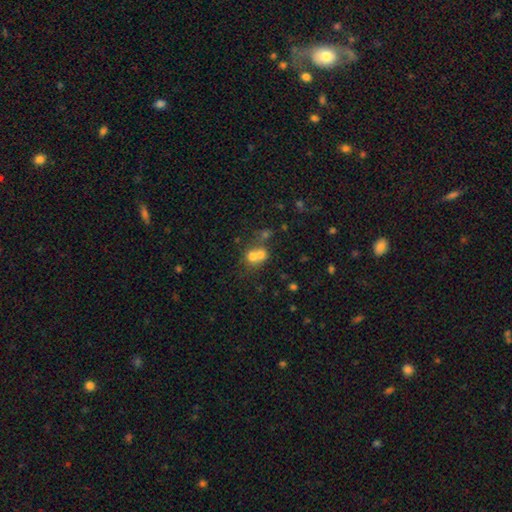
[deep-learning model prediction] smooth-or-featured: smooth: 66% | featured or disk: 20% | star or artifact: 14%
  how-rounded: round: 75% | in between: 24% | cigar-shaped: 1%
  merging: merger: 66% | none: 26% | minor disturbance: 5% | major disturbance: 3%